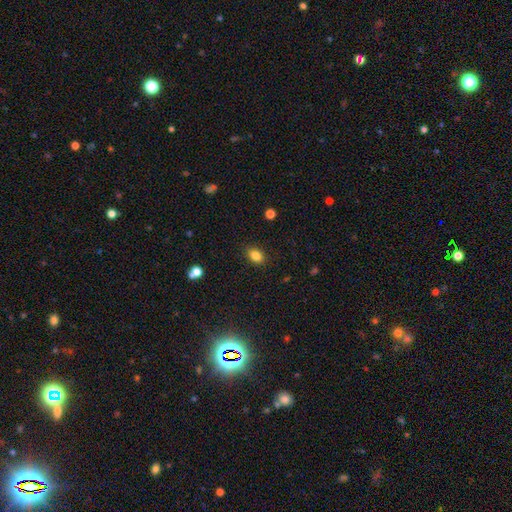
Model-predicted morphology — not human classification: smooth-or-featured: smooth: 84% | star or artifact: 10% | featured or disk: 5%
  how-rounded: in between: 74% | round: 25% | cigar-shaped: 1%
  merging: none: 86% | minor disturbance: 10% | major disturbance: 2% | merger: 1%